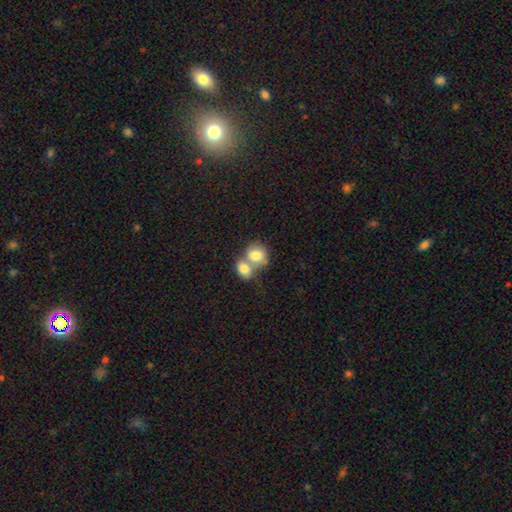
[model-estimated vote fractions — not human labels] smooth-or-featured: smooth: 79% | featured or disk: 13% | star or artifact: 7%
  how-rounded: round: 59% | in between: 40% | cigar-shaped: 1%
  merging: merger: 69% | none: 22% | minor disturbance: 6% | major disturbance: 3%